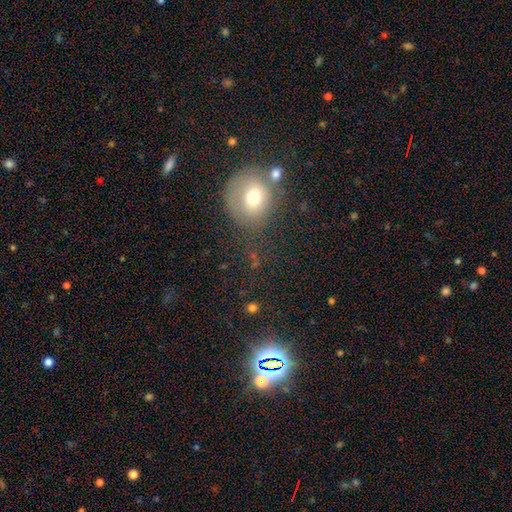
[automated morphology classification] Smooth or featured? Predicted: smooth (p=0.44). Merging? Predicted: none (p=0.60).